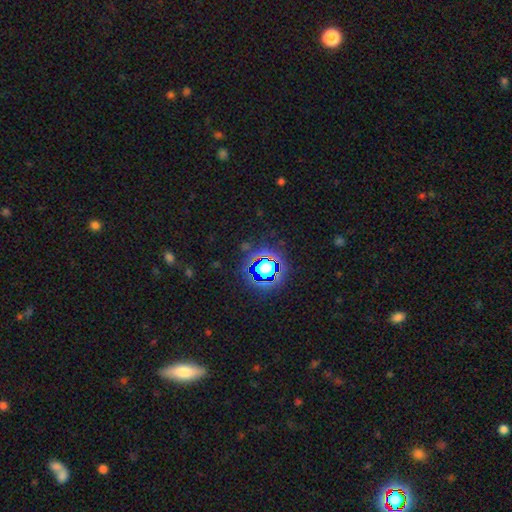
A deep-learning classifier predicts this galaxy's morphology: smooth_or_featured: star or artifact (p=0.75) [alt: smooth p=0.16]